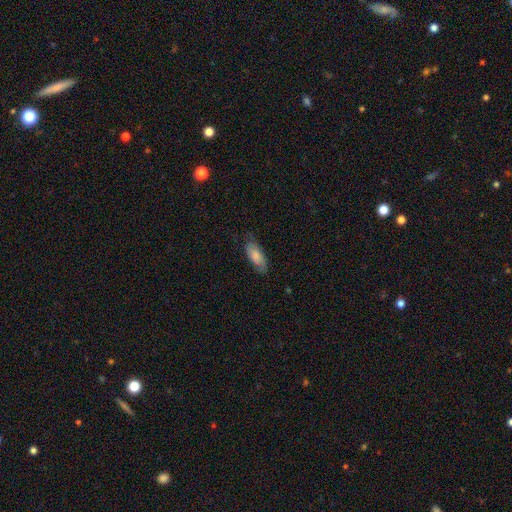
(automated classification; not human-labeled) Smooth or featured: smooth — 76% (featured or disk — 18%)
How rounded: in between — 80% (cigar-shaped — 18%)
Merging: none — 72% (minor disturbance — 22%)